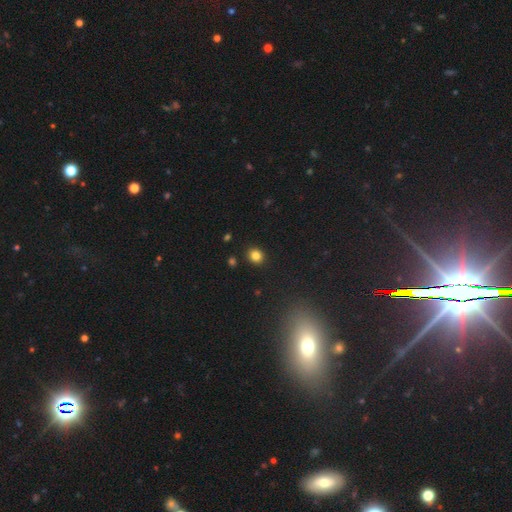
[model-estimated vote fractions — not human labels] This appears to be a smooth galaxy with no disk features (83%) that is round (77%). Merging: none (90%).